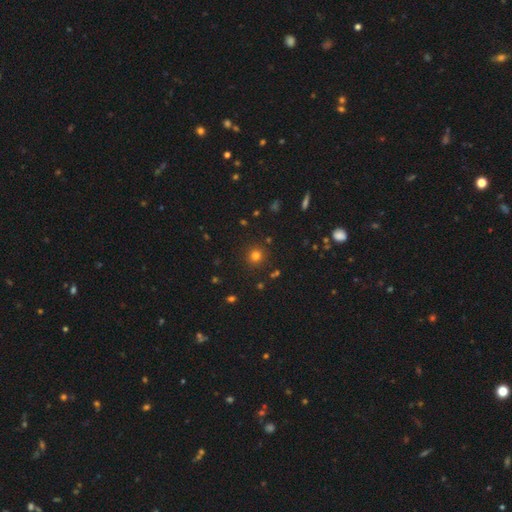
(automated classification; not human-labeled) Overall: smooth (76%). How rounded: round (92%). Merging: none (89%).